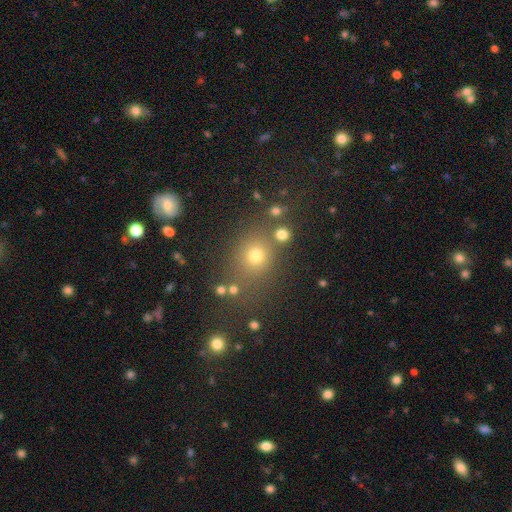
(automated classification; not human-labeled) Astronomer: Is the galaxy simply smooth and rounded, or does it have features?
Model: smooth — 70%.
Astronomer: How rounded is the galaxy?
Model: round — 71%.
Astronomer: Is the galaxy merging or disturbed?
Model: none — 72%.